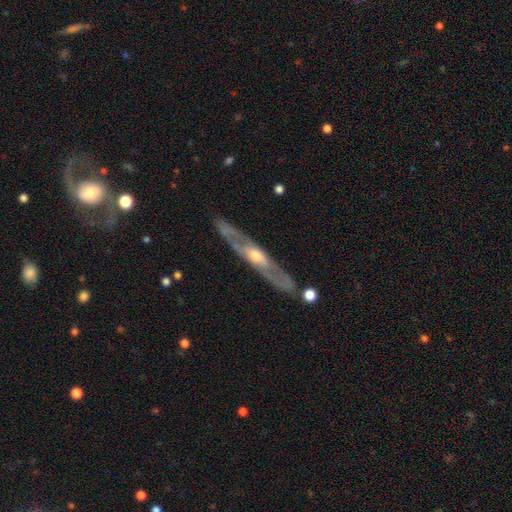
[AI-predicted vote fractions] Morphology: type=featured or disk (77%); edge-on=yes (63%); merging=none (84%).